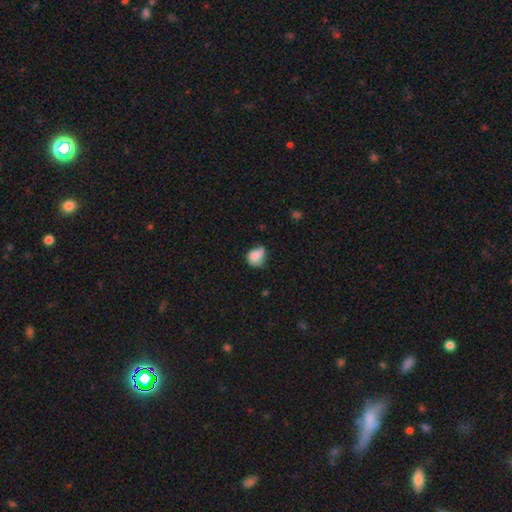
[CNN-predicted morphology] smooth_or_featured: smooth (p=0.79) [alt: featured or disk p=0.12]
how_rounded: in between (p=0.51) [alt: round p=0.47]
merging: minor disturbance (p=0.42) [alt: none p=0.35]